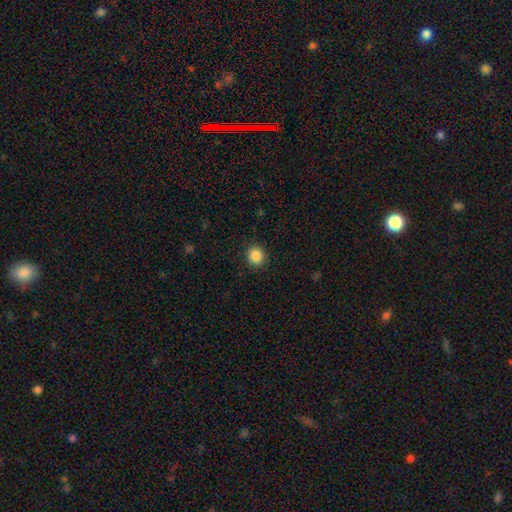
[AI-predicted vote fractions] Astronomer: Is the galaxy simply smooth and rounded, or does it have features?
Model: smooth — 87%.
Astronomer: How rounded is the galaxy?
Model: round — 87%.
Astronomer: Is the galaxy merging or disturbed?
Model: none — 90%.